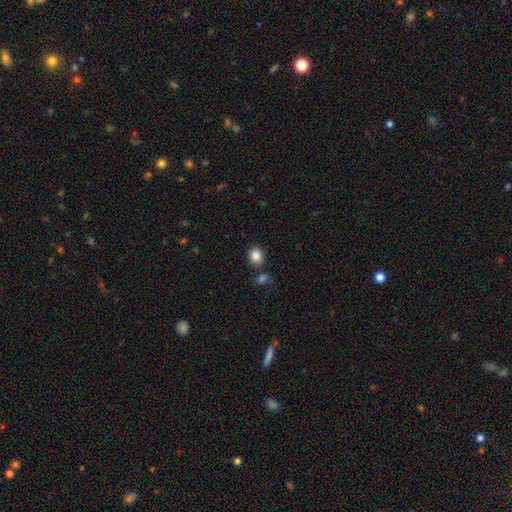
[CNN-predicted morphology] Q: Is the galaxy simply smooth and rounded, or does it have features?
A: smooth — 86%.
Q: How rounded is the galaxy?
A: round — 56%.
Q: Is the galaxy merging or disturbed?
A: none — 78%.